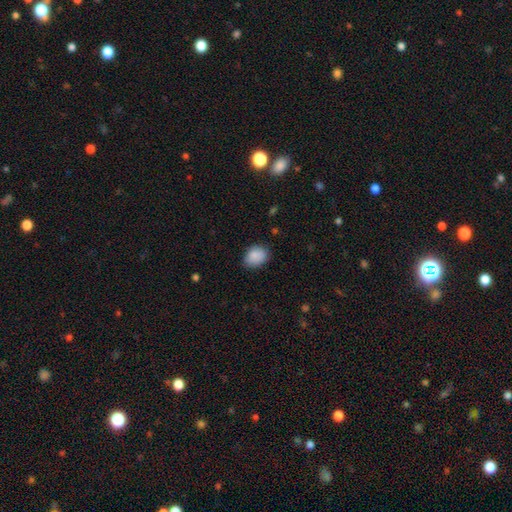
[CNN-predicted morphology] A smooth galaxy with no disk features (88%) that is in between round and cigar-shaped (66%). Merging: none (75%).